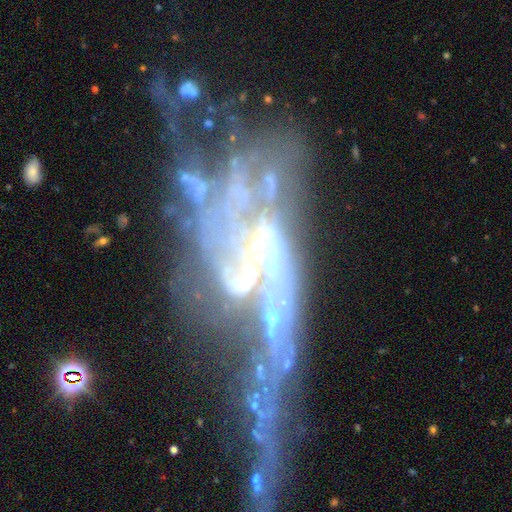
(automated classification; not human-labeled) A featured or disk galaxy (77%) with no bar (54%), spiral arms (65%) and no central bulge (41%). Merging: major disturbance (50%).